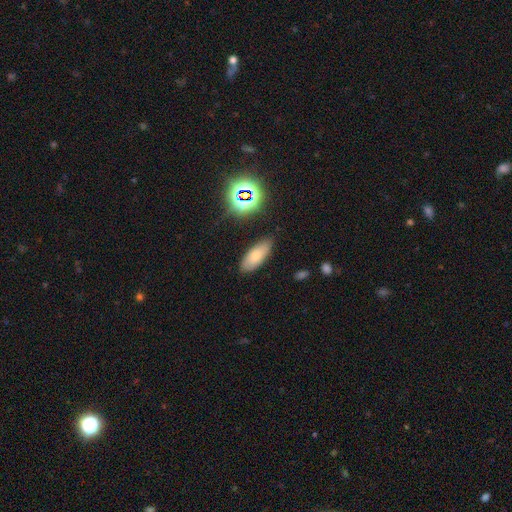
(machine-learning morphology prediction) A smooth galaxy with no disk features (64%) that is in between round and cigar-shaped (78%). Merging: none (84%).